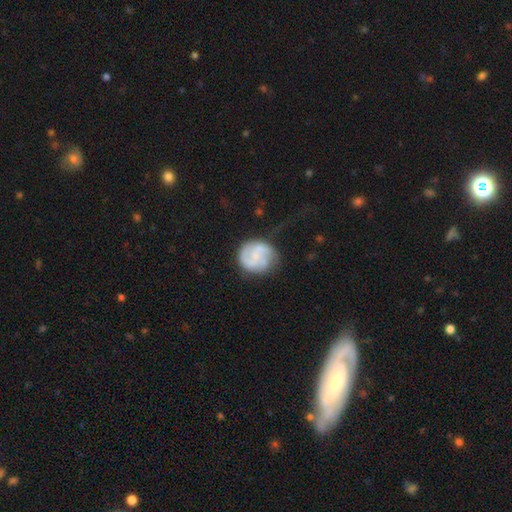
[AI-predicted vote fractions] featured or disk 67%, smooth 27%, star or artifact 6%. Down the decision tree: edge-on disk — no (98%); bar — no (63%); spiral arms — yes (90%); spiral arm count — 2 (44%); spiral winding — medium (46%); bulge size — small (56%); merging — none (64%).